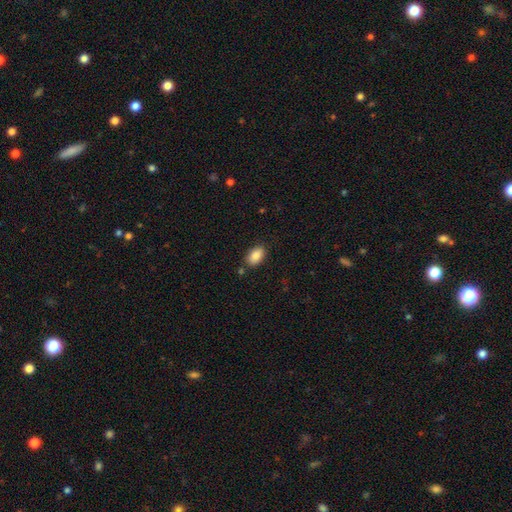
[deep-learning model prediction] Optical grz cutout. It shows a smooth galaxy with no disk features (87%) that is in between round and cigar-shaped (93%). Merging: none (84%).